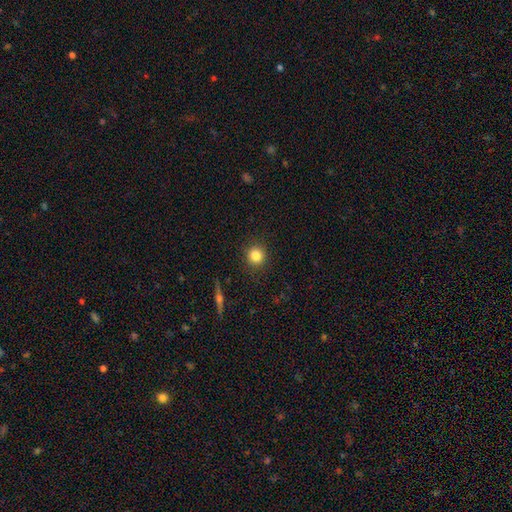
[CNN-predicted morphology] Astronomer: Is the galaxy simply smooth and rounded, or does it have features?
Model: smooth — 82%.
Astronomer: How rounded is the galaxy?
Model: round — 92%.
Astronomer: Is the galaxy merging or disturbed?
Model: none — 90%.